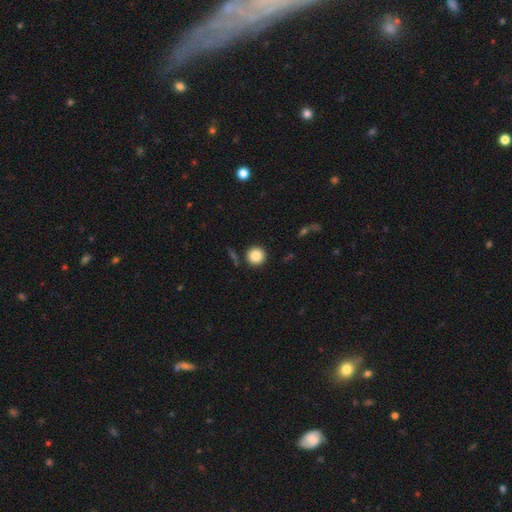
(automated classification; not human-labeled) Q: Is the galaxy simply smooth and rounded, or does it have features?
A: smooth — 84%.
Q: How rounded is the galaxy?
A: round — 95%.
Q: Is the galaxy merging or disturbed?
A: none — 88%.